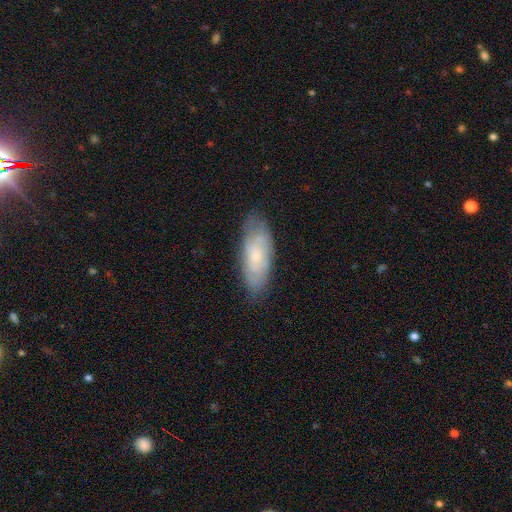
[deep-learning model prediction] smooth-or-featured: featured or disk: 47% | smooth: 46% | star or artifact: 7%
  merging: none: 77% | minor disturbance: 18% | major disturbance: 4% | merger: 1%